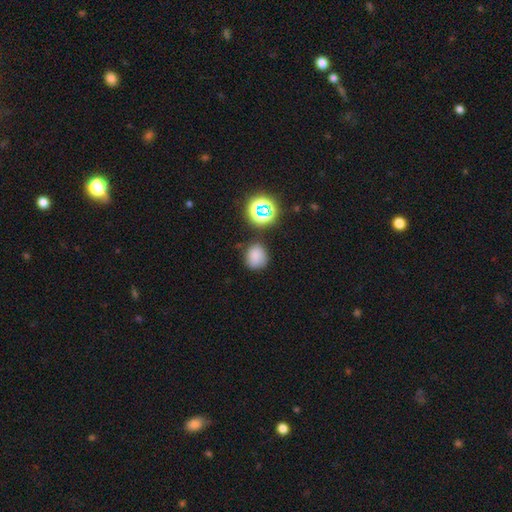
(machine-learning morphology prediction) Smooth or featured?
  - smooth: 74% *
  - star or artifact: 17%
  - featured or disk: 9%
How rounded?
  - round: 68% *
  - in between: 31%
  - cigar-shaped: 1%
Merging?
  - none: 71% *
  - minor disturbance: 18%
  - merger: 6%
  - major disturbance: 5%